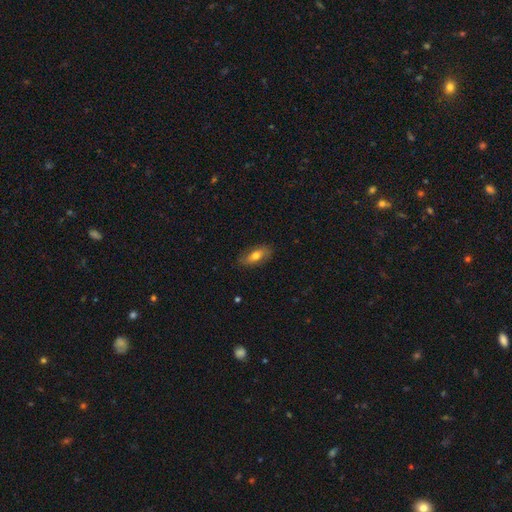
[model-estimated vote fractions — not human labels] The model was most divided on "smooth or featured": smooth: 65%, featured or disk: 27%, star or artifact: 7%. More confident: how rounded — in between (81%); merging — none (79%).